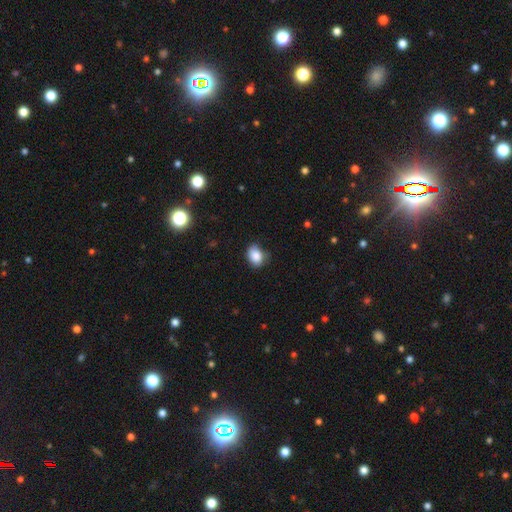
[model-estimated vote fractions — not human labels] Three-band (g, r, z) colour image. It shows a smooth galaxy with no disk features (86%) that is in between round and cigar-shaped (67%). Merging: none (65%).